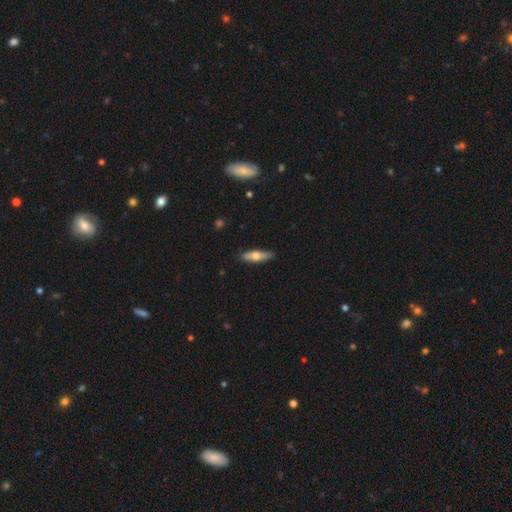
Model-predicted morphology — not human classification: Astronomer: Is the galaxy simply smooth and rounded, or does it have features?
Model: smooth — 59% (runner-up: featured or disk, 36%).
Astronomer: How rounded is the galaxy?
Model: cigar-shaped — 61% (runner-up: in between, 37%).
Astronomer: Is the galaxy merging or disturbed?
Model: none — 86%.